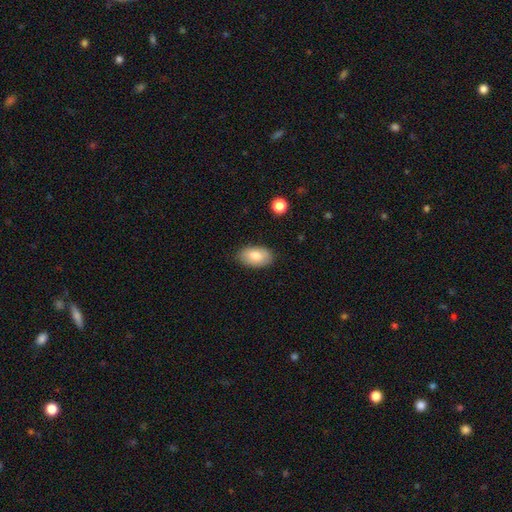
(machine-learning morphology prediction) A smooth galaxy with no disk features (80%) that is in between round and cigar-shaped (93%). Merging: none (83%).